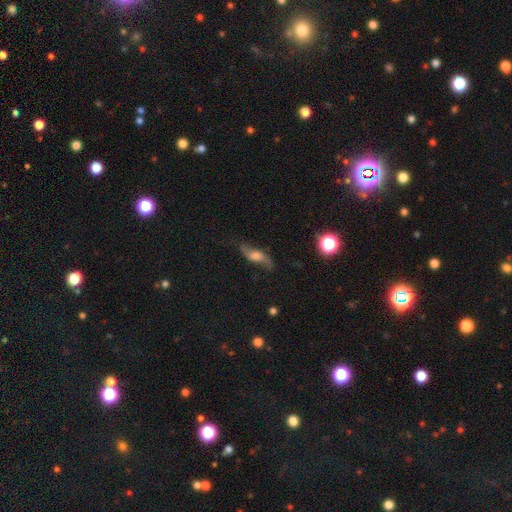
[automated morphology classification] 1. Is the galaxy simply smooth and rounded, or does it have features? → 66% featured or disk, 26% smooth, 8% star or artifact.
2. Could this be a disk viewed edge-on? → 74% no, 26% yes.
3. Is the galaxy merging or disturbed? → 71% none, 19% minor disturbance, 8% major disturbance, 2% merger.